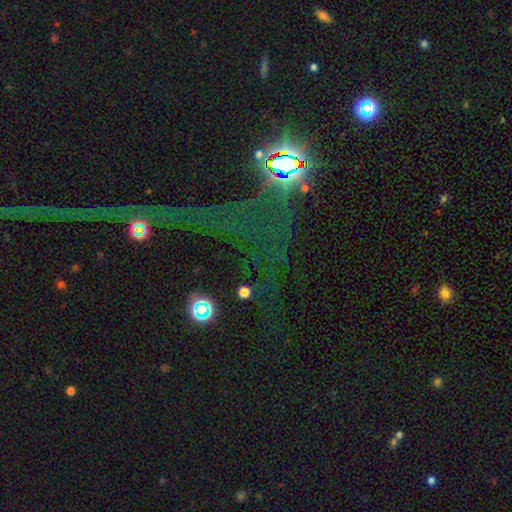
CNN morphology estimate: Smooth or featured? star or artifact (72%)